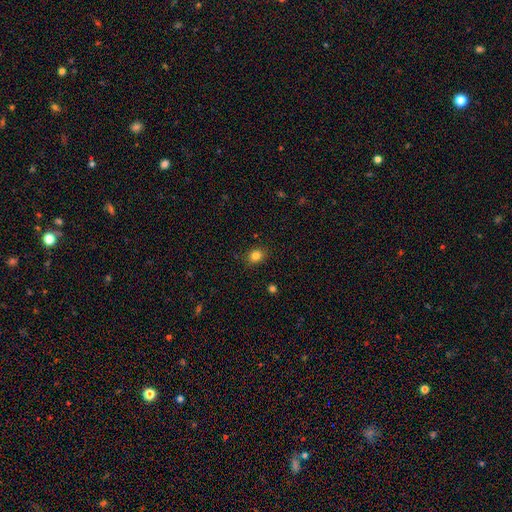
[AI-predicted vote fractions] smooth_or_featured: smooth (p=0.83) [alt: star or artifact p=0.11]
how_rounded: round (p=0.54) [alt: in between p=0.45]
merging: none (p=0.86) [alt: minor disturbance p=0.10]